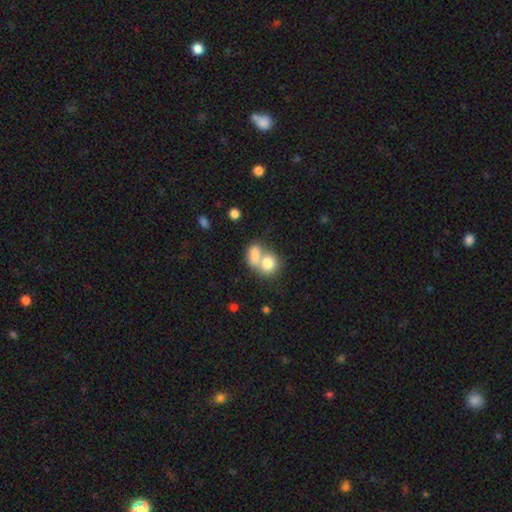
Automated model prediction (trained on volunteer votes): Q: Smooth or featured?
A: smooth (76%); runner-up: featured or disk (16%)
Q: How rounded?
A: in between (50%); runner-up: round (48%)
Q: Merging?
A: merger (69%); runner-up: none (22%)